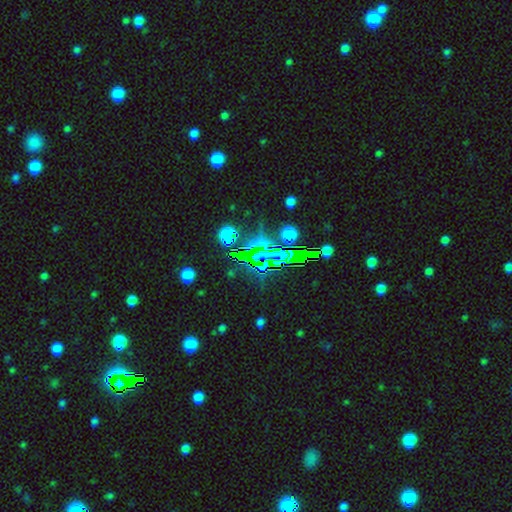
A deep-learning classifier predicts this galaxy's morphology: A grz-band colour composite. It shows a star or artifact, not a galaxy (76%).